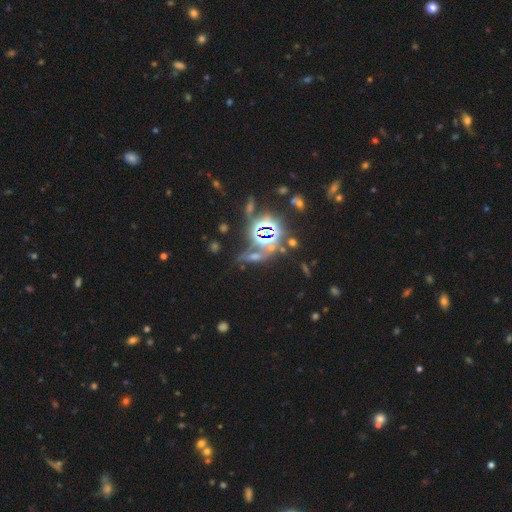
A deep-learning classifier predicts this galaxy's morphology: A star or artifact, not a galaxy (73%).

Vote fractions:
- Smooth or featured? star or artifact: 73% / smooth: 15% / featured or disk: 11%